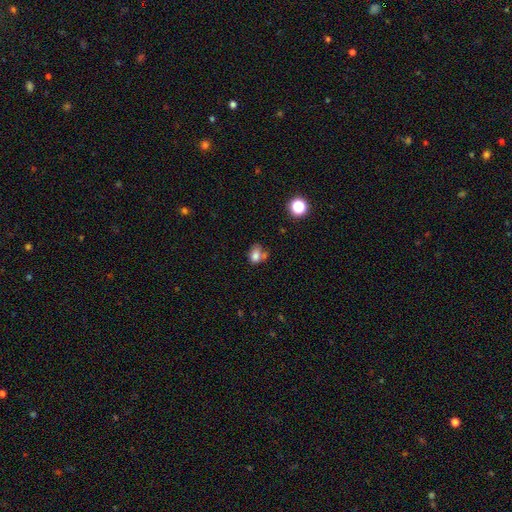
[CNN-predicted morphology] This is likely a smooth galaxy (75%). How rounded: likely in between (63%). Merging: marginally none (38%).